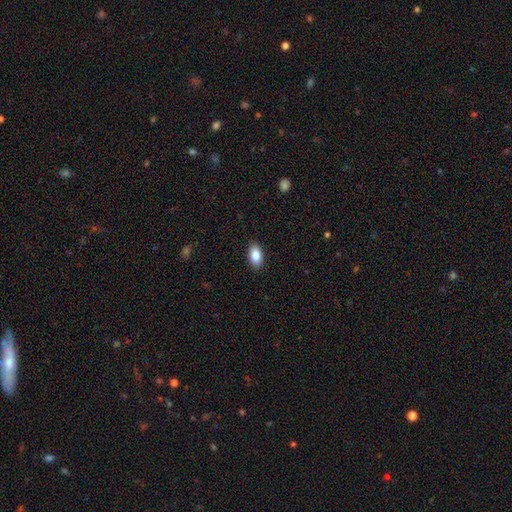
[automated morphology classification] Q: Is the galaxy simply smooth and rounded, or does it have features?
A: smooth — 86%.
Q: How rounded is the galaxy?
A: in between — 93%.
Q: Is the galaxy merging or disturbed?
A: none — 89%.